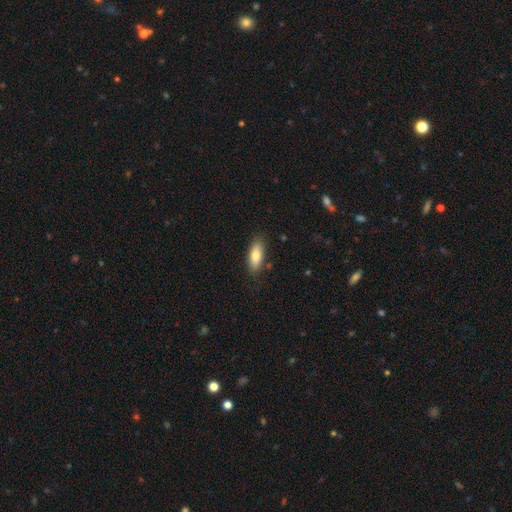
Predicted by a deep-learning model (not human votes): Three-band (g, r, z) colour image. It shows a smooth galaxy with no disk features (79%) that is in between round and cigar-shaped (75%). Merging: none (83%).